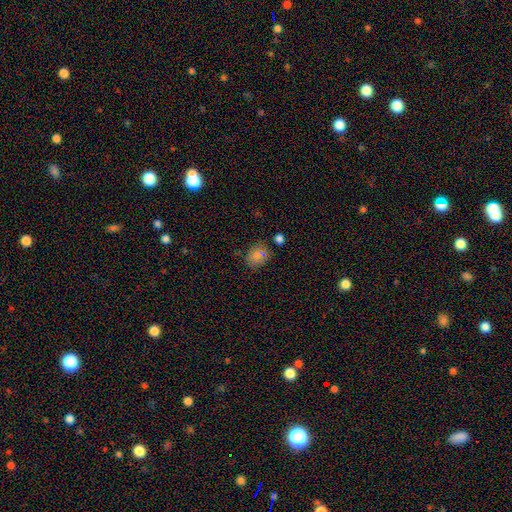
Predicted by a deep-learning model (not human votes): The model was most divided on "how rounded": in between: 53%, round: 46%, cigar-shaped: 2%. More confident: merging — none (72%); smooth or featured — smooth (68%).